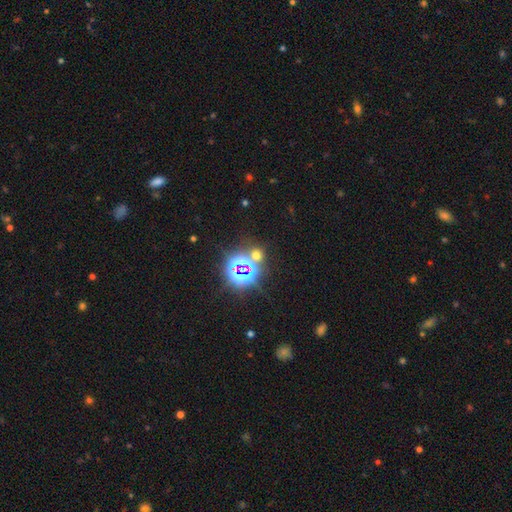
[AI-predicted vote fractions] smooth-or-featured: star or artifact: 60% | smooth: 33% | featured or disk: 8%